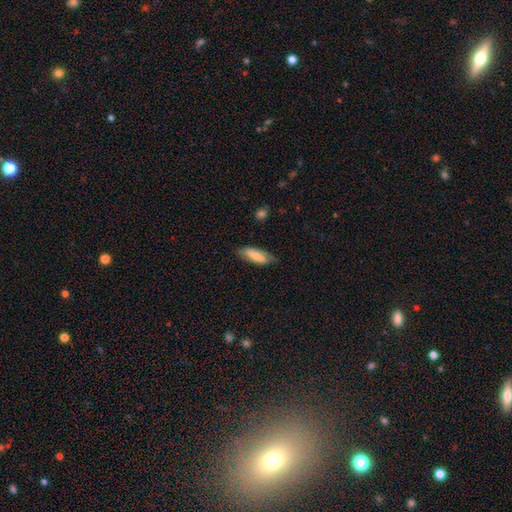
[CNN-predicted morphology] Smooth or featured: smooth — 63% (featured or disk — 31%)
How rounded: in between — 68% (cigar-shaped — 30%)
Merging: none — 76% (minor disturbance — 19%)